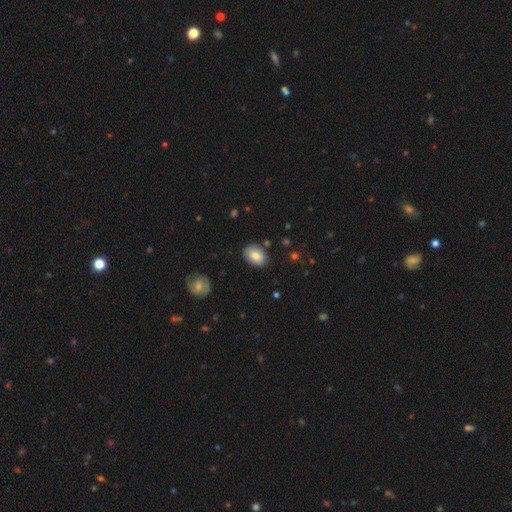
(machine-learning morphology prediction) Q: Smooth or featured?
A: smooth (84%); runner-up: featured or disk (9%)
Q: How rounded?
A: in between (85%); runner-up: round (14%)
Q: Merging?
A: none (81%); runner-up: minor disturbance (14%)